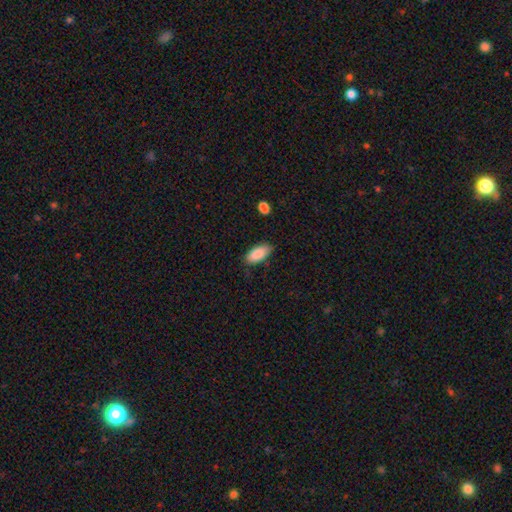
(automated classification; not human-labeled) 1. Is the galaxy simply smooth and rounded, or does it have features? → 88% smooth, 6% star or artifact, 5% featured or disk.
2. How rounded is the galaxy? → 90% in between, 9% cigar-shaped, 2% round.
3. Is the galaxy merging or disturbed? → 78% none, 17% minor disturbance, 3% major disturbance, 2% merger.